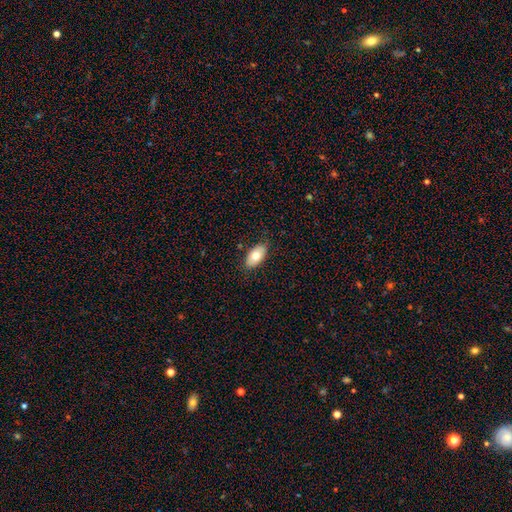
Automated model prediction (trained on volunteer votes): Smooth or featured? Predicted: smooth (p=0.73). How rounded? Predicted: in between (p=0.94). Merging? Predicted: none (p=0.85).